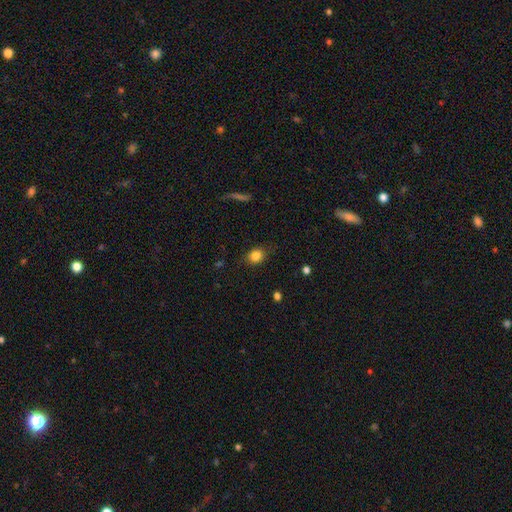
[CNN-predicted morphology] Smooth or featured: smooth — 84% (star or artifact — 11%)
How rounded: round — 60% (in between — 38%)
Merging: none — 83% (minor disturbance — 13%)